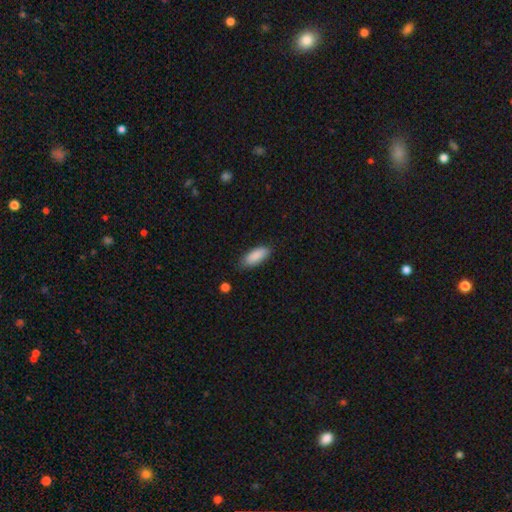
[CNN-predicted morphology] Smooth or featured: smooth — 89% (star or artifact — 6%)
How rounded: in between — 77% (cigar-shaped — 21%)
Merging: none — 80% (minor disturbance — 16%)